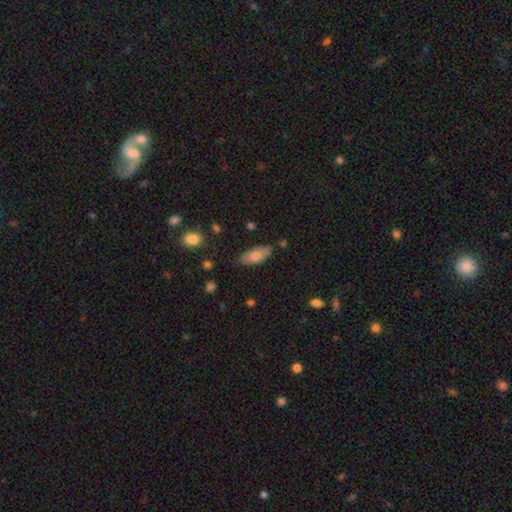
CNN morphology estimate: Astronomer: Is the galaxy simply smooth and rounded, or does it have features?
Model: smooth — 78%.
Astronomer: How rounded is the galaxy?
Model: in between — 88%.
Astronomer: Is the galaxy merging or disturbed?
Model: none — 76%.